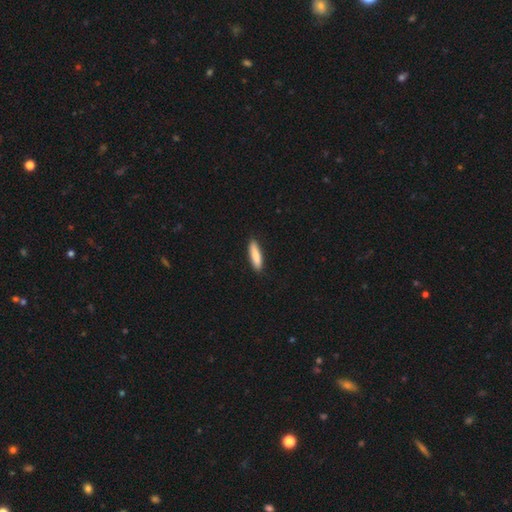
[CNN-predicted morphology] smooth 85%, featured or disk 10%, star or artifact 5%. Down the decision tree: how rounded — cigar-shaped (74%); merging — none (89%).